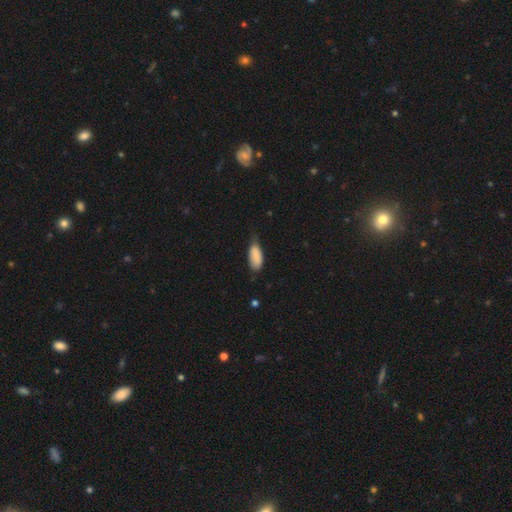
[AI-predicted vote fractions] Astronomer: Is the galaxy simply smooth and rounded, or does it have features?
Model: smooth — 87%.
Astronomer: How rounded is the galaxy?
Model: in between — 87%.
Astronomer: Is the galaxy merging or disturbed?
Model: minor disturbance — 47% (runner-up: none, 40%).